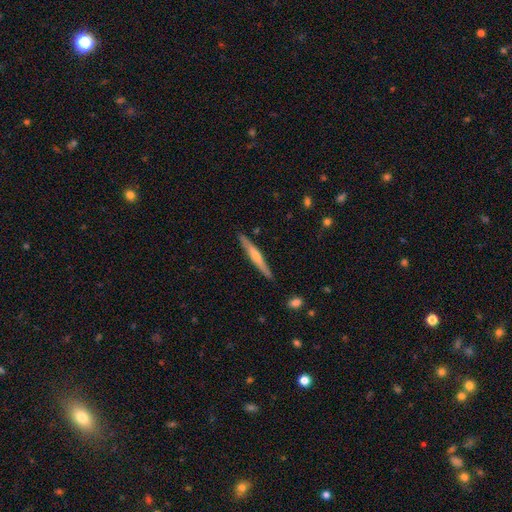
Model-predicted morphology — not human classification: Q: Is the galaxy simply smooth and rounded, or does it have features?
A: featured or disk — 49%.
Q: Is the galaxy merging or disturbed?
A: none — 88%.